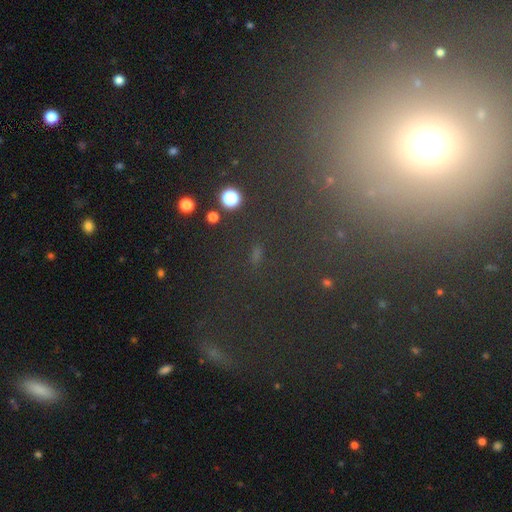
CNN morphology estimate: star or artifact 57%, smooth 28%, featured or disk 15%.